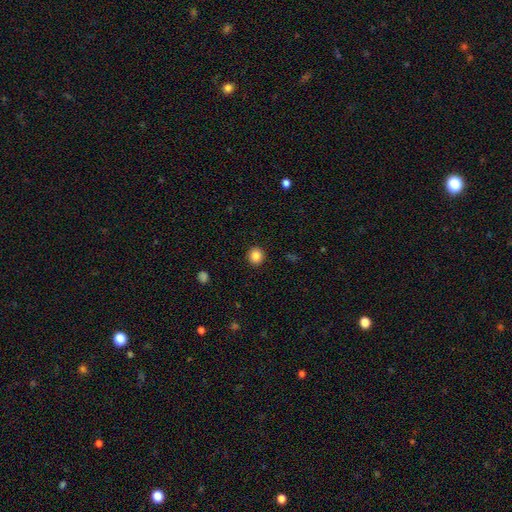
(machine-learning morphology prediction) smooth 86%, star or artifact 10%, featured or disk 4%. Down the decision tree: how rounded — round (89%); merging — none (92%).